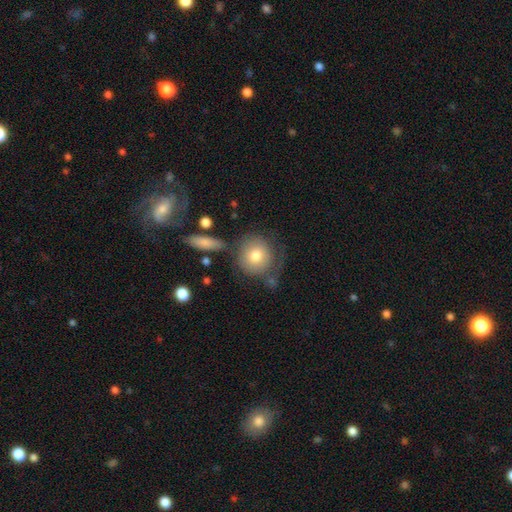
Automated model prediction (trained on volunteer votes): A smooth galaxy with no disk features (73%) that is round (89%). Merging: none (62%).